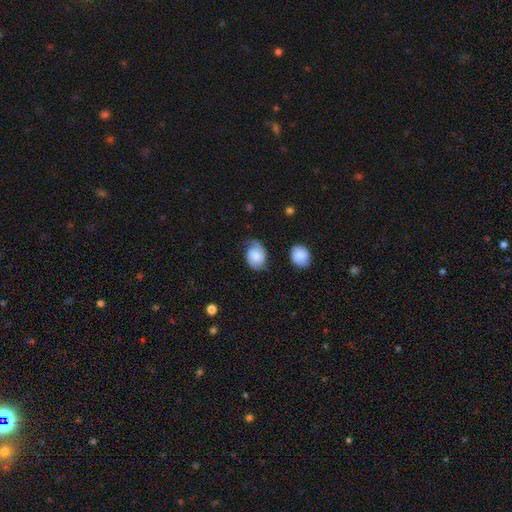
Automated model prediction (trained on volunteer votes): Smooth or featured?
  - smooth: 49% *
  - featured or disk: 42%
  - star or artifact: 8%
Merging?
  - none: 59% *
  - minor disturbance: 29%
  - major disturbance: 9%
  - merger: 3%